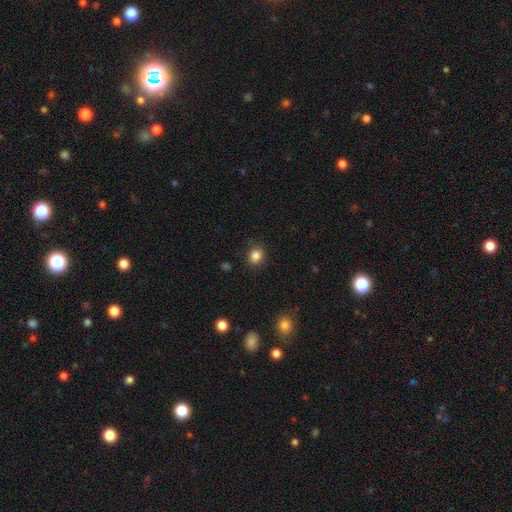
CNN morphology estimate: This appears to be a smooth galaxy with no disk features (85%) that is round (76%). Merging: none (88%).